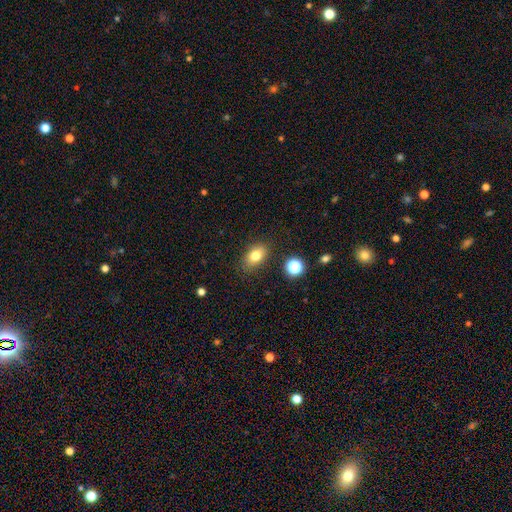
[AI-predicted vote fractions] Overall: smooth (79%). How rounded: in between (81%). Merging: none (84%).